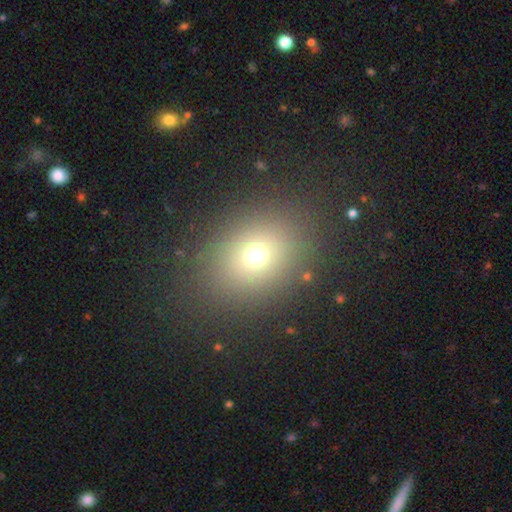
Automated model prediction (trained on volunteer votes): smooth-or-featured: smooth: 69% | star or artifact: 19% | featured or disk: 12%
  how-rounded: round: 51% | in between: 48% | cigar-shaped: 1%
  merging: none: 85% | minor disturbance: 9% | major disturbance: 5% | merger: 2%